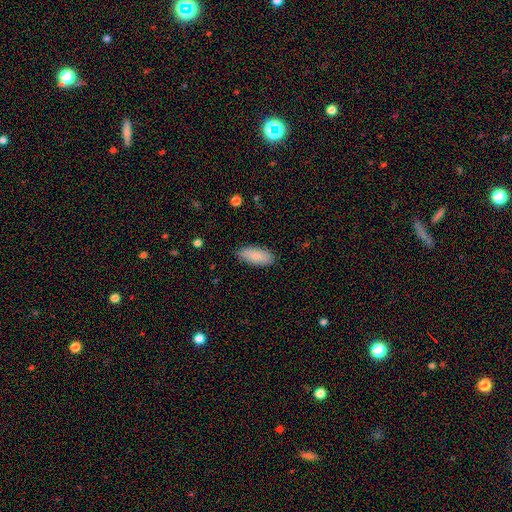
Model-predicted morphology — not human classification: Smooth or featured? Predicted: smooth (p=0.88). How rounded? Predicted: in between (p=0.83). Merging? Predicted: none (p=0.86).